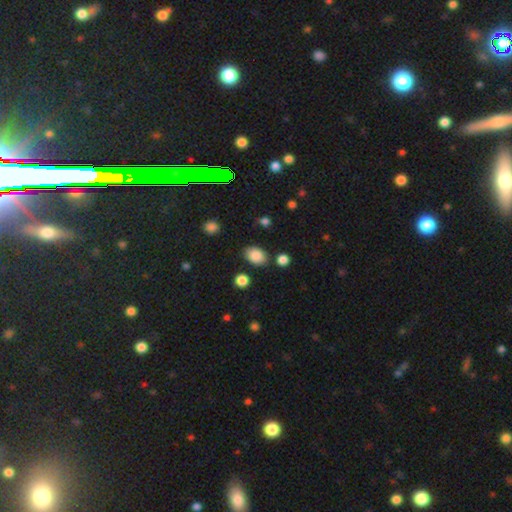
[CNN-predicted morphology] Smooth or featured?
  - smooth: 86% *
  - star or artifact: 9%
  - featured or disk: 5%
How rounded?
  - in between: 76% *
  - round: 23%
  - cigar-shaped: 1%
Merging?
  - none: 81% *
  - minor disturbance: 11%
  - merger: 4%
  - major disturbance: 3%